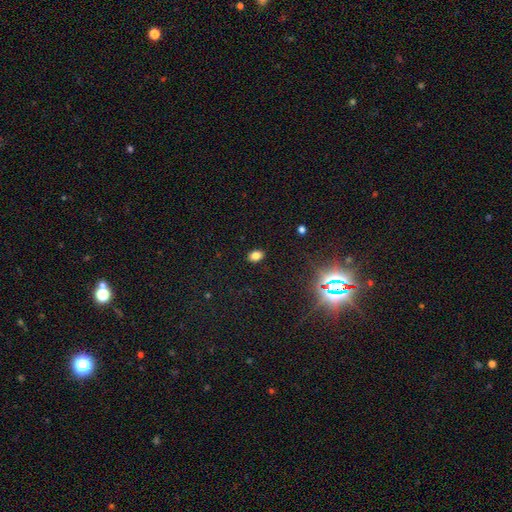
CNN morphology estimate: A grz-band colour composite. It shows a smooth galaxy with no disk features (81%) that is in between round and cigar-shaped (77%). Merging: none (88%).